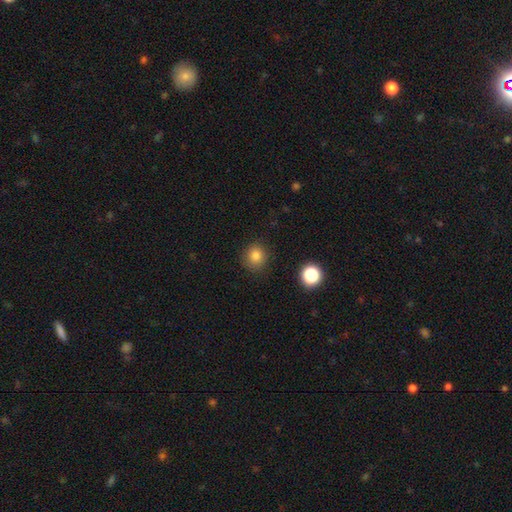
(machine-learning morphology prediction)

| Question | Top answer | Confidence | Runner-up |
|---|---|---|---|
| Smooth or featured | smooth | 81% | star or artifact (13%) |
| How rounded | round | 88% | in between (11%) |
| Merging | none | 87% | minor disturbance (9%) |